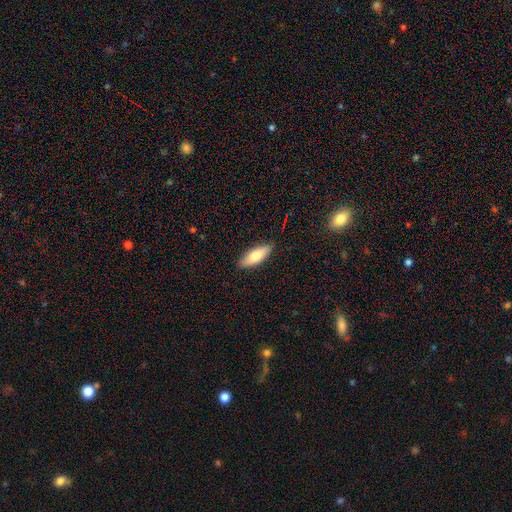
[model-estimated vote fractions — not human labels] smooth_or_featured: smooth (p=0.73) [alt: featured or disk p=0.21]
how_rounded: in between (p=0.66) [alt: cigar-shaped p=0.32]
merging: none (p=0.88) [alt: minor disturbance p=0.09]